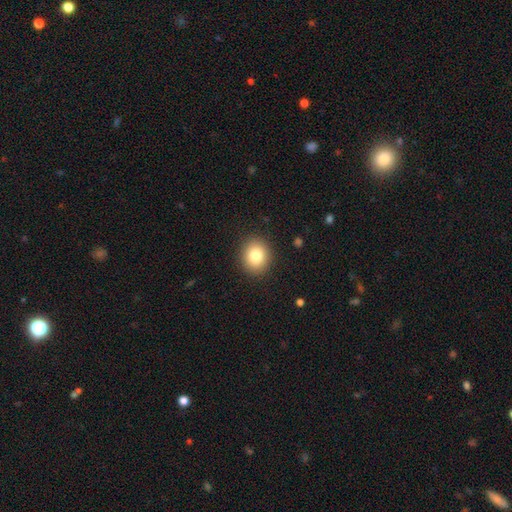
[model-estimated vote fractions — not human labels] The model was most divided on "how rounded": round: 70%, in between: 29%, cigar-shaped: 1%. More confident: merging — none (90%); smooth or featured — smooth (83%).